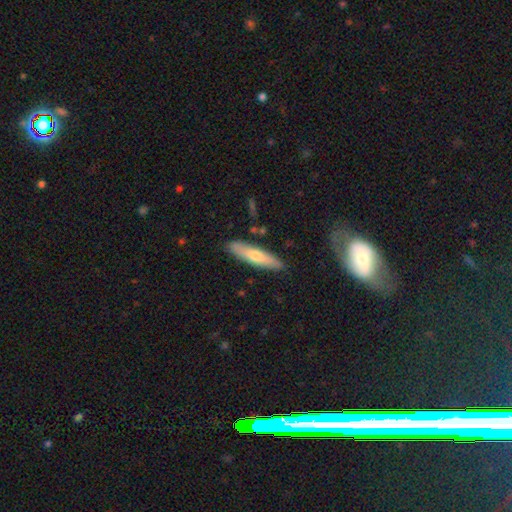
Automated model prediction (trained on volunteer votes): The model was most divided on "smooth or featured": smooth: 58%, featured or disk: 36%, star or artifact: 6%. More confident: merging — none (84%); how rounded — cigar-shaped (77%).